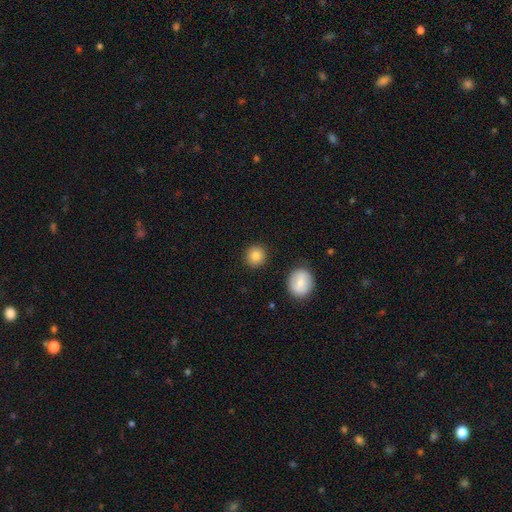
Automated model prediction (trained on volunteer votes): Smooth or featured: smooth — 84% (star or artifact — 10%)
How rounded: round — 92% (in between — 7%)
Merging: none — 90% (minor disturbance — 6%)